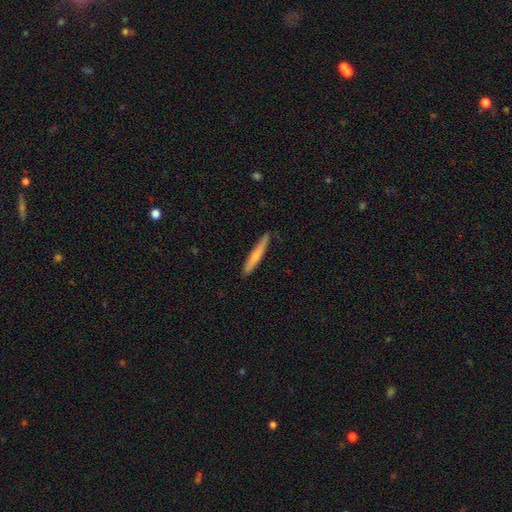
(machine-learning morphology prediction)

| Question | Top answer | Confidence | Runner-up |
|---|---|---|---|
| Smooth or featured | smooth | 60% | featured or disk (35%) |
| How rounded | cigar-shaped | 95% | in between (4%) |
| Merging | none | 87% | minor disturbance (10%) |